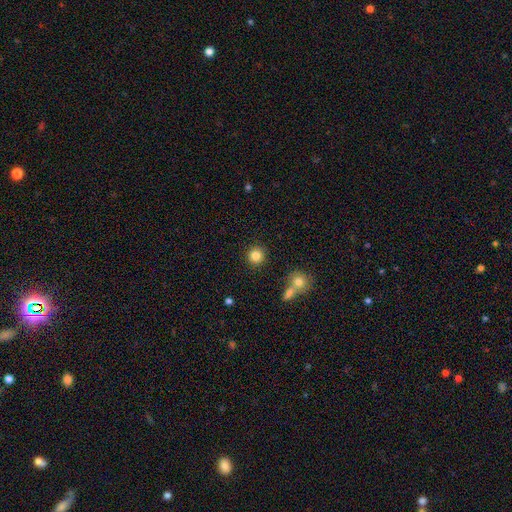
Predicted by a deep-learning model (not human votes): Morphology: type=smooth (83%); roundness=round (92%); merging=none (87%).